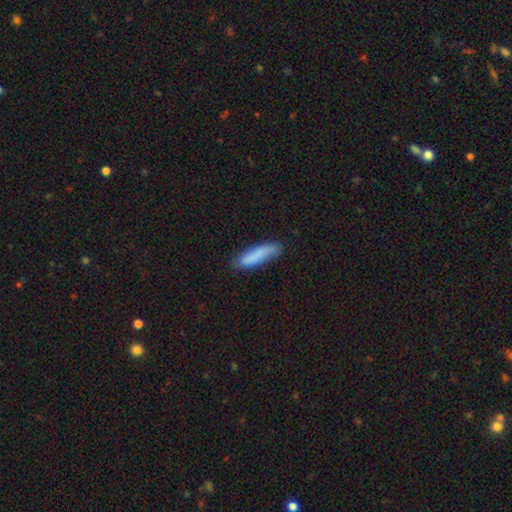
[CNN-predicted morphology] The model was most divided on "how rounded": cigar-shaped: 74%, in between: 25%, round: 1%. More confident: smooth or featured — smooth (84%); merging — none (77%).